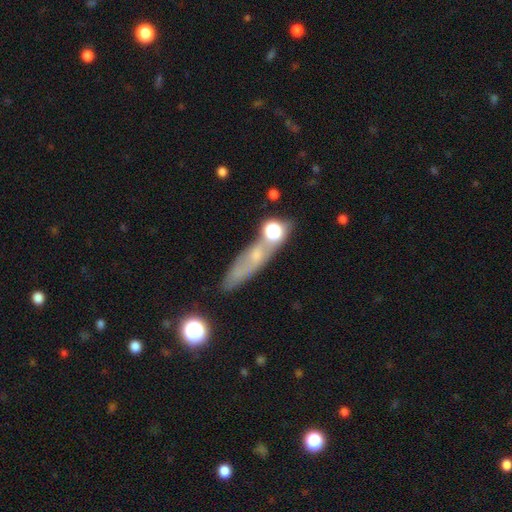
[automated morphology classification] A smooth galaxy with no disk features (45%). Merging: none (64%).